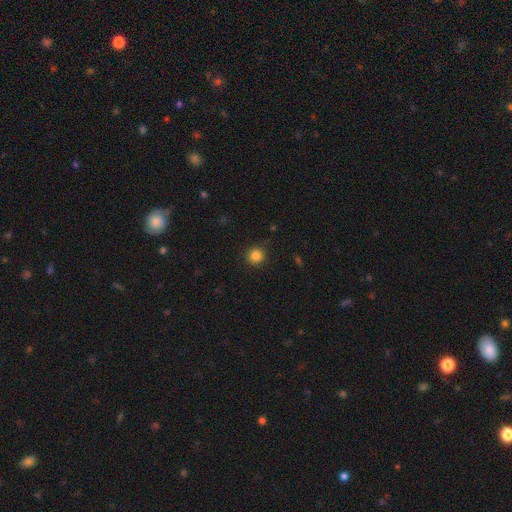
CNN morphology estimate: Smooth or featured?
  - smooth: 84% *
  - star or artifact: 12%
  - featured or disk: 4%
How rounded?
  - round: 95% *
  - in between: 4%
  - cigar-shaped: 1%
Merging?
  - none: 88% *
  - minor disturbance: 9%
  - major disturbance: 2%
  - merger: 1%